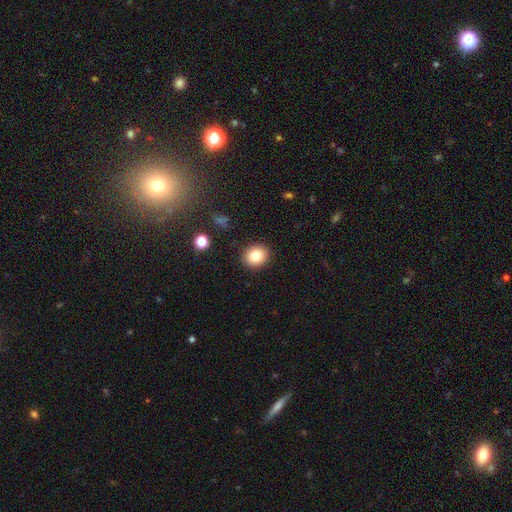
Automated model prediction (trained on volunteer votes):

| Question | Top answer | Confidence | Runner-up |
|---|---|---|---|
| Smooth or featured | smooth | 83% | star or artifact (10%) |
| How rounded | round | 75% | in between (24%) |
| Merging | none | 91% | minor disturbance (6%) |